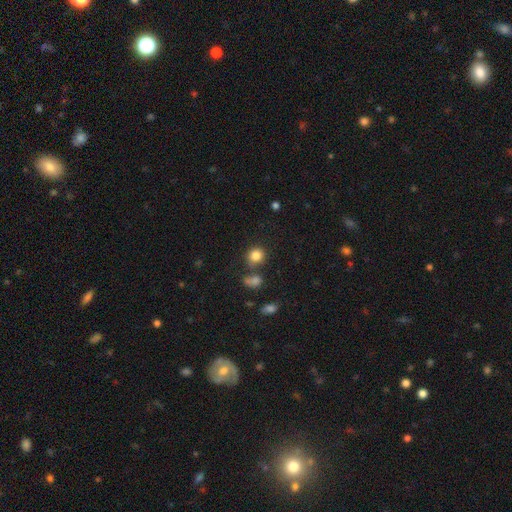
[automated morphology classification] smooth 83%, star or artifact 11%, featured or disk 6%. Down the decision tree: how rounded — round (83%); merging — none (69%).